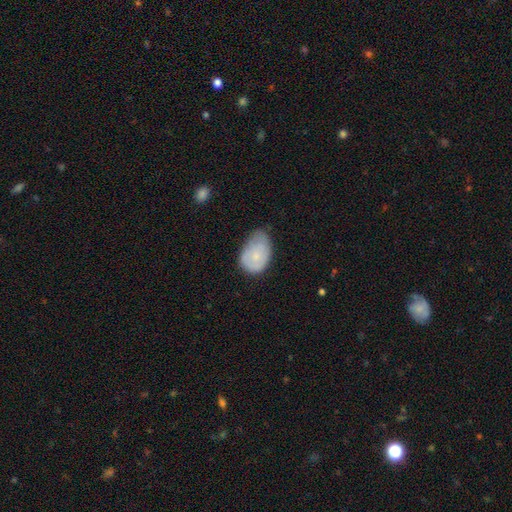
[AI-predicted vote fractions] smooth_or_featured: smooth (p=0.71) [alt: featured or disk p=0.22]
how_rounded: in between (p=0.82) [alt: round p=0.17]
merging: minor disturbance (p=0.46) [alt: none p=0.37]